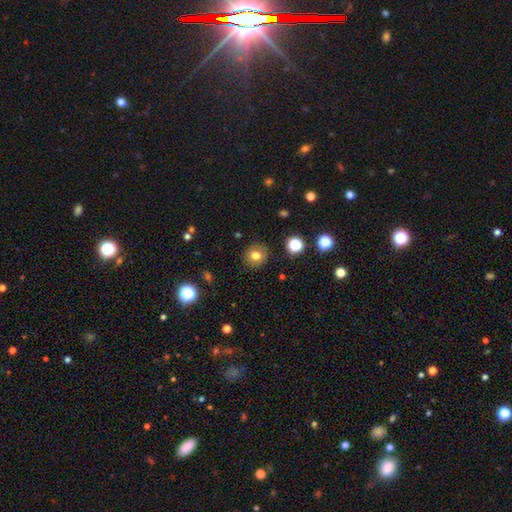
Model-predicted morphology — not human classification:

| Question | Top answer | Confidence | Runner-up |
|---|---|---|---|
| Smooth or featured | smooth | 78% | star or artifact (13%) |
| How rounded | round | 88% | in between (11%) |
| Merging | none | 88% | minor disturbance (8%) |